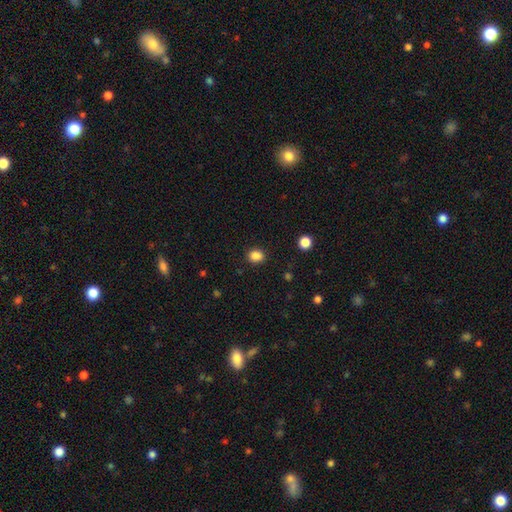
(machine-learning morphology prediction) smooth_or_featured: smooth (p=0.86) [alt: star or artifact p=0.11]
how_rounded: round (p=0.61) [alt: in between p=0.38]
merging: none (p=0.85) [alt: minor disturbance p=0.10]